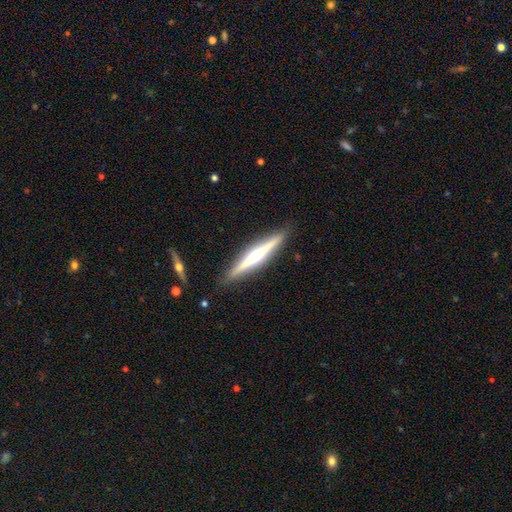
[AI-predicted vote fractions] Smooth or featured? Predicted: featured or disk (p=0.65). Edge-on disk? Predicted: yes (p=0.97). Edge-on bulge? Predicted: rounded (p=0.53). Merging? Predicted: none (p=0.89).